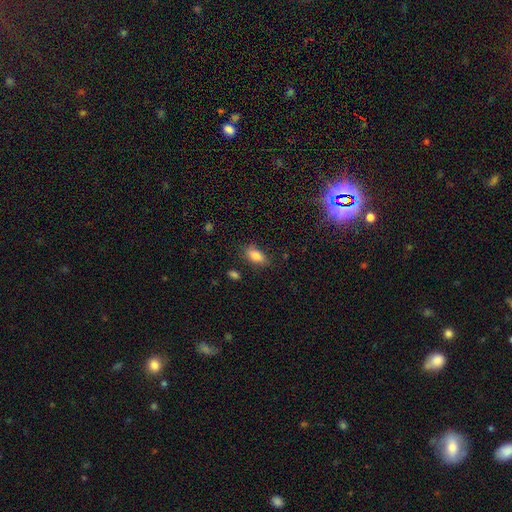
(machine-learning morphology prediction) A smooth galaxy with no disk features (83%) that is in between round and cigar-shaped (89%). Merging: none (80%).